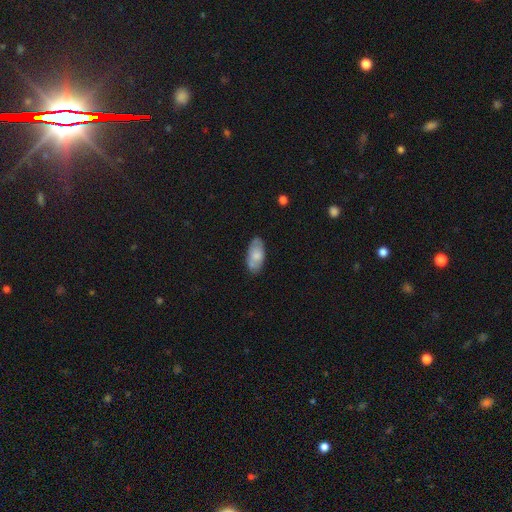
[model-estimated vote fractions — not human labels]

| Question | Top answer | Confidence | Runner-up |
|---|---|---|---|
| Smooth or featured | smooth | 71% | featured or disk (22%) |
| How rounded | in between | 93% | cigar-shaped (5%) |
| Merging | none | 76% | minor disturbance (19%) |